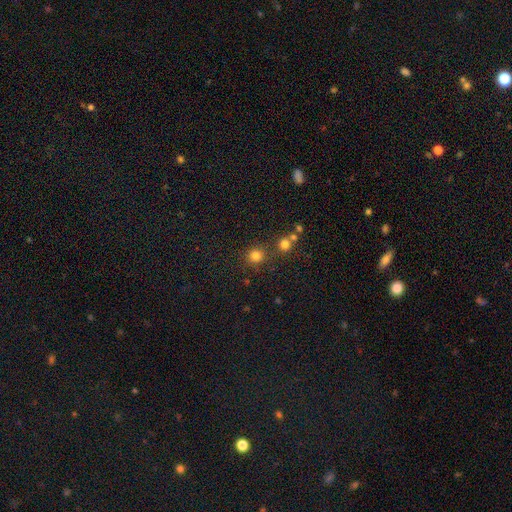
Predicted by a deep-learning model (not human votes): This appears to be a smooth galaxy with no disk features (79%) that is round (92%). Merging: none (76%).